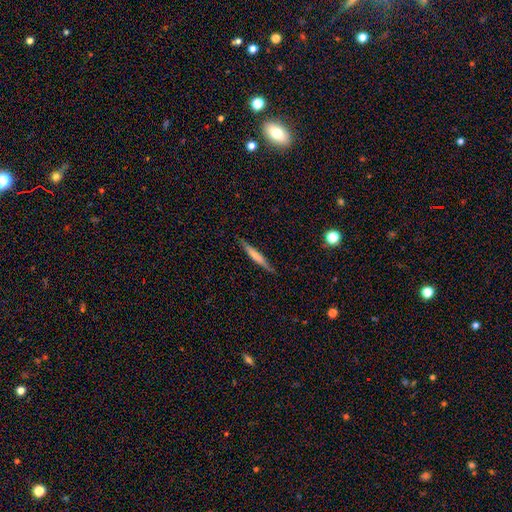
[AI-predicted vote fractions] smooth 59%, featured or disk 35%, star or artifact 6%. Down the decision tree: how rounded — cigar-shaped (94%); merging — none (84%).